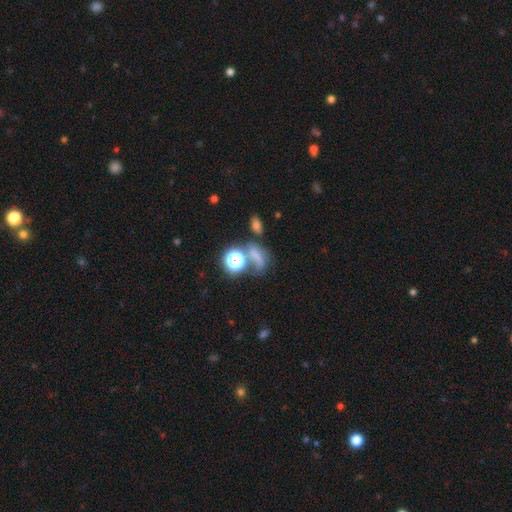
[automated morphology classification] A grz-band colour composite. It shows a smooth galaxy with no disk features (56%) that is in between round and cigar-shaped (52%). Merging: none (41%).